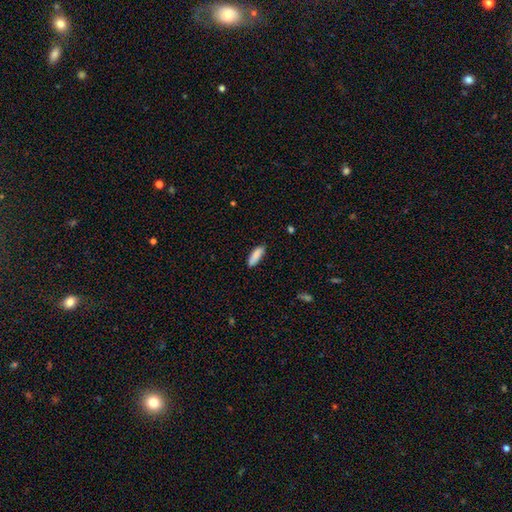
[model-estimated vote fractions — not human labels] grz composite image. It shows a smooth galaxy with no disk features (87%) that is in between round and cigar-shaped (54%). Merging: none (83%).